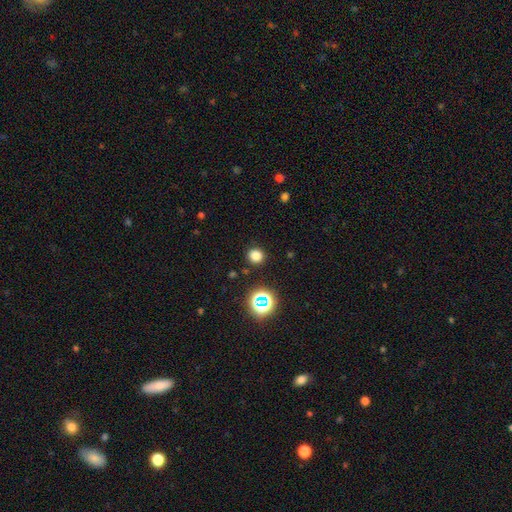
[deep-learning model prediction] smooth 76%, star or artifact 19%, featured or disk 5%. Down the decision tree: how rounded — round (90%); merging — none (90%).